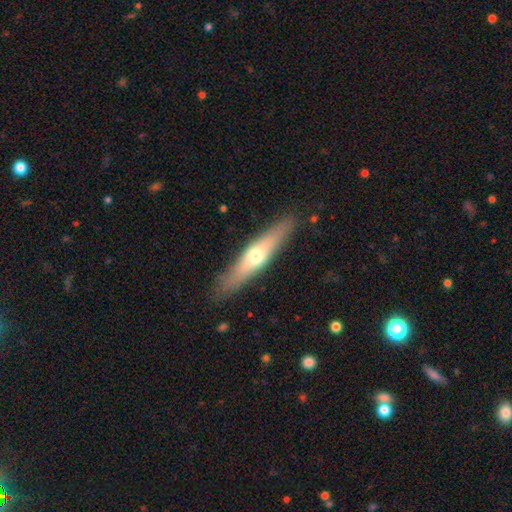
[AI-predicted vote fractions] The model was most divided on "smooth or featured": featured or disk: 49%, smooth: 45%, star or artifact: 6%. More confident: merging — none (86%).